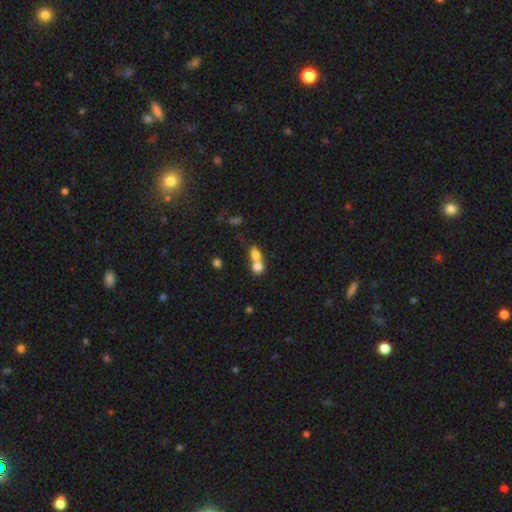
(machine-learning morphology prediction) Overall: smooth (76%). How rounded: round (49%; in between 48%). Merging: merger (71%).